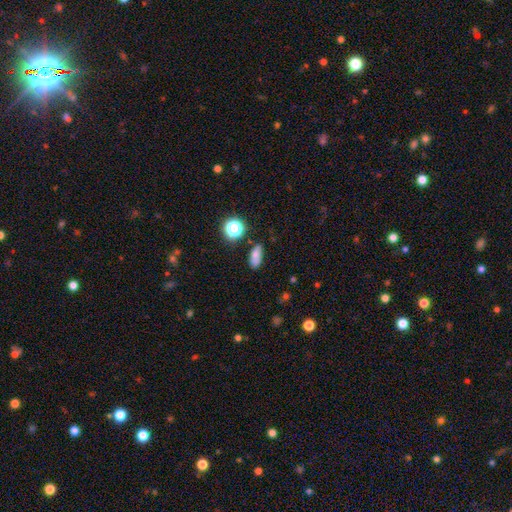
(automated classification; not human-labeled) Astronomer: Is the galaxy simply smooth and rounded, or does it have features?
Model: smooth — 72%.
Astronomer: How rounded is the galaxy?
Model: in between — 76%.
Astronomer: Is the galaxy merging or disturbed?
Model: none — 76%.